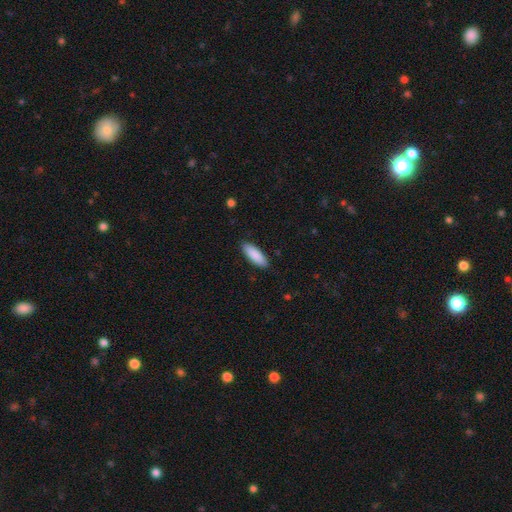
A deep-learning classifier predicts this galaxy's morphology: This is clearly a smooth galaxy (89%). How rounded: likely in between (64%). Merging: clearly none (89%).